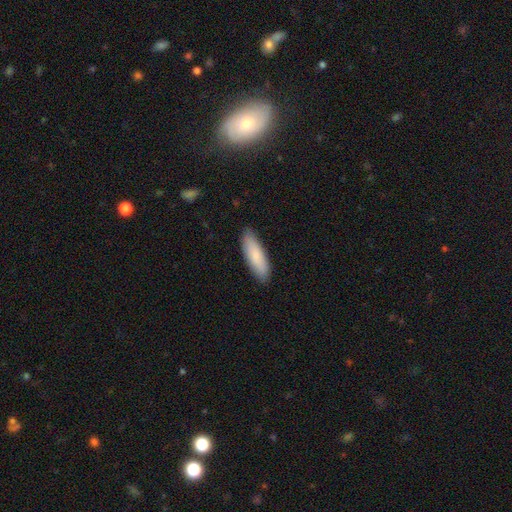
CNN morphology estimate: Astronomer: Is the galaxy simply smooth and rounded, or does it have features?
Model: smooth — 84%.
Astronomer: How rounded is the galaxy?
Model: in between — 50% (runner-up: cigar-shaped, 49%).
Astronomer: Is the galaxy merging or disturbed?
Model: none — 88%.